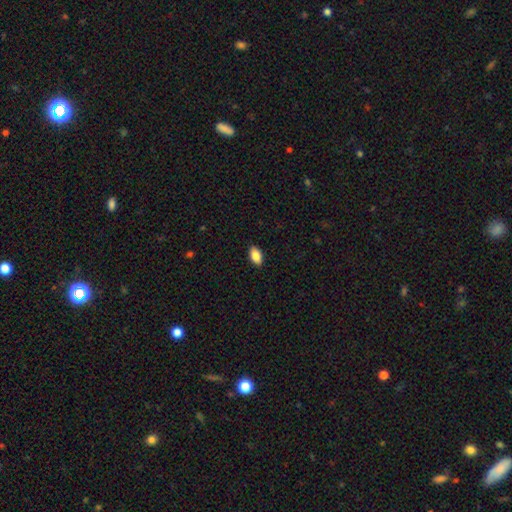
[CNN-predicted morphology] Smooth or featured?
  - smooth: 86% *
  - star or artifact: 7%
  - featured or disk: 6%
How rounded?
  - in between: 93% *
  - round: 4%
  - cigar-shaped: 3%
Merging?
  - none: 89% *
  - minor disturbance: 8%
  - major disturbance: 2%
  - merger: 1%